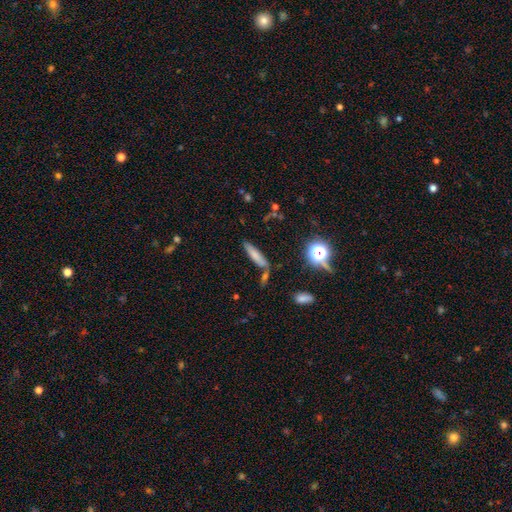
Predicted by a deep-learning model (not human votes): smooth-or-featured: smooth: 69% | featured or disk: 18% | star or artifact: 12%
  how-rounded: cigar-shaped: 78% | in between: 19% | round: 3%
  merging: none: 68% | minor disturbance: 14% | merger: 14% | major disturbance: 4%